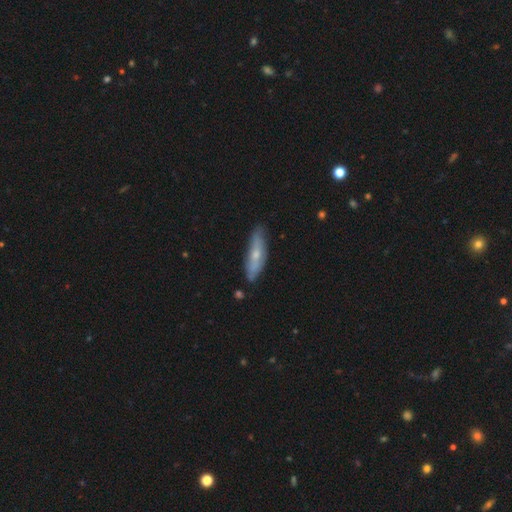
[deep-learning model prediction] smooth 51%, featured or disk 43%, star or artifact 6%. Down the decision tree: how rounded — cigar-shaped (71%); merging — none (77%).